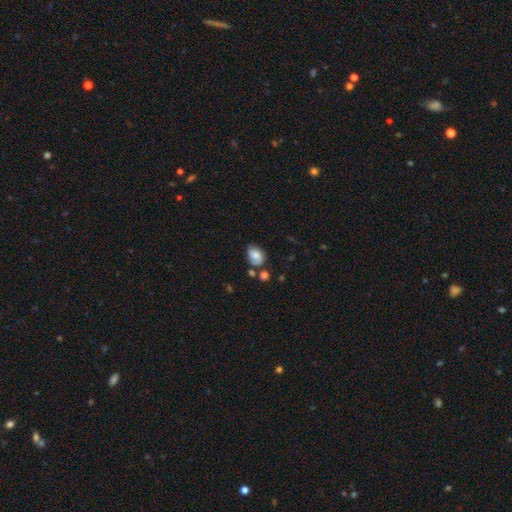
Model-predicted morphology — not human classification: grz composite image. It shows a smooth galaxy with no disk features (59%) that is in between round and cigar-shaped (75%). Merging: none (49%).